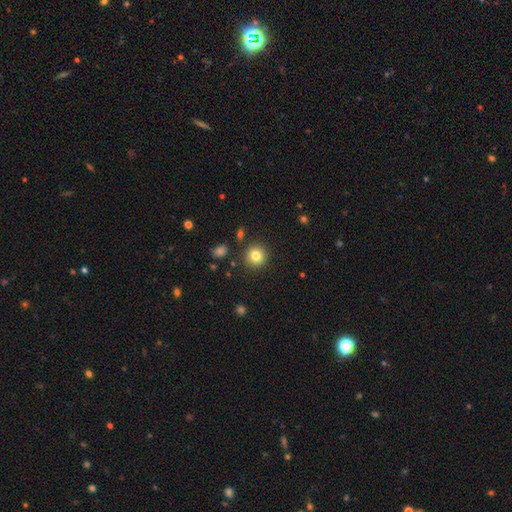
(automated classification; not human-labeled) Smooth or featured? Predicted: smooth (p=0.81). How rounded? Predicted: round (p=0.92). Merging? Predicted: none (p=0.88).